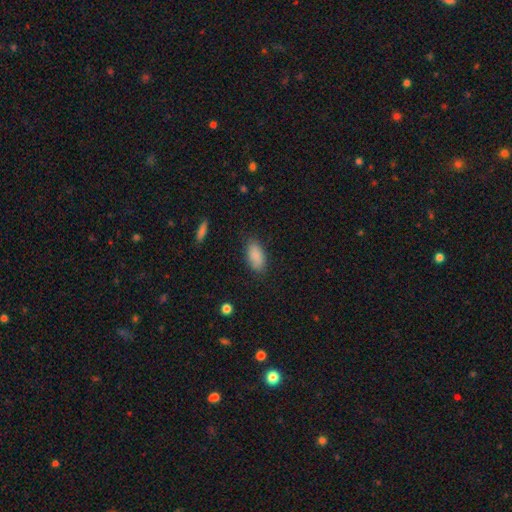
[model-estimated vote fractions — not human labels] Smooth or featured? smooth (88%)
How rounded? in between (90%)
Merging? none (83%)